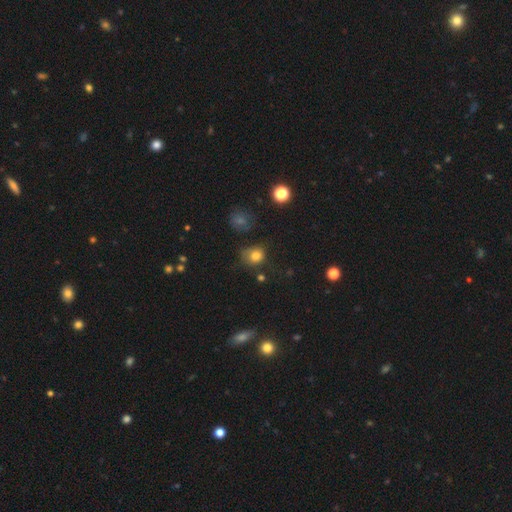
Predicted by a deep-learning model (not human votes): A smooth galaxy with no disk features (79%) that is round (70%).

Vote fractions:
- Smooth or featured? smooth: 79% / star or artifact: 13% / featured or disk: 8%
- How rounded? round: 70% / in between: 29% / cigar-shaped: 1%
- Merging? none: 61% / minor disturbance: 25% / major disturbance: 9% / merger: 4%